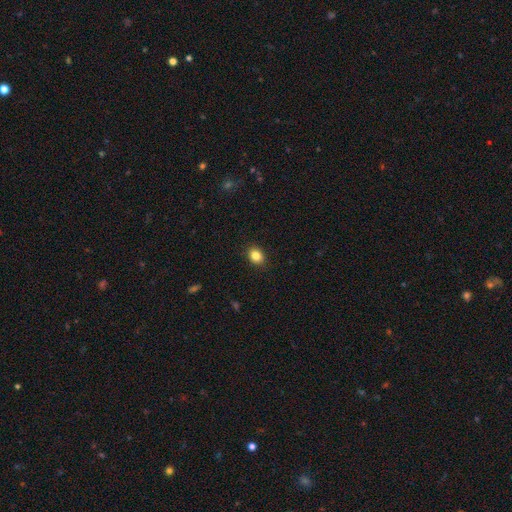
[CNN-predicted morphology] Smooth or featured? Predicted: smooth (p=0.85). How rounded? Predicted: in between (p=0.58). Merging? Predicted: none (p=0.89).